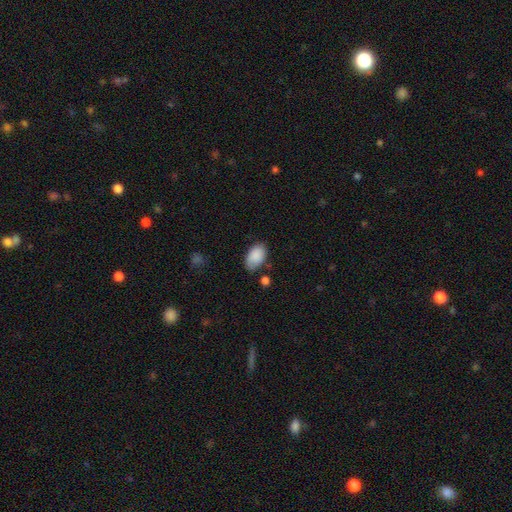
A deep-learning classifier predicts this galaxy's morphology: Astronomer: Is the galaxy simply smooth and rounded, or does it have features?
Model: smooth — 88%.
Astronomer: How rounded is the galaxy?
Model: in between — 92%.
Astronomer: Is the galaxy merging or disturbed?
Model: none — 68%.